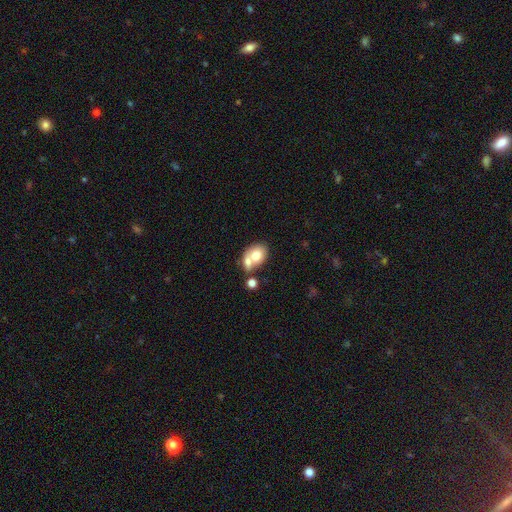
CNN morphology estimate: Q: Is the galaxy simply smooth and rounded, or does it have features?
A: smooth — 71%.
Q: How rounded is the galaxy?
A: in between — 63%.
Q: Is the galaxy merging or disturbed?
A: merger — 55%.